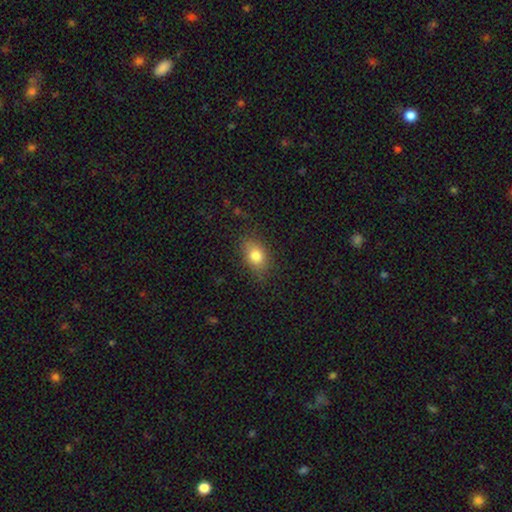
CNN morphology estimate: The model was most divided on "how rounded": in between: 78%, round: 19%, cigar-shaped: 2%. More confident: smooth or featured — smooth (80%); merging — none (78%).